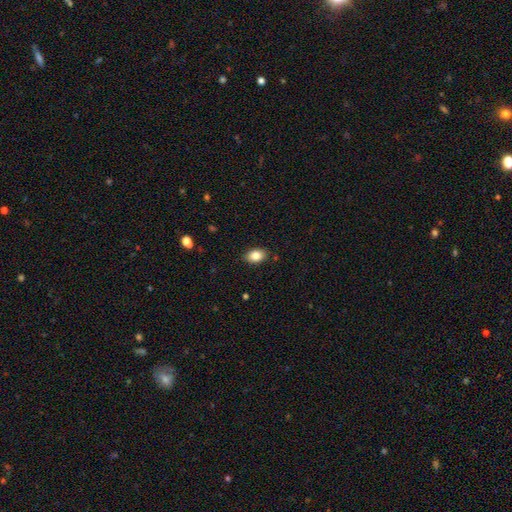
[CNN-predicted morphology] A smooth galaxy with no disk features (85%) that is in between round and cigar-shaped (83%).

Vote fractions:
- Smooth or featured? smooth: 85% / star or artifact: 8% / featured or disk: 7%
- How rounded? in between: 83% / round: 16% / cigar-shaped: 1%
- Merging? none: 87% / minor disturbance: 10% / major disturbance: 2% / merger: 1%